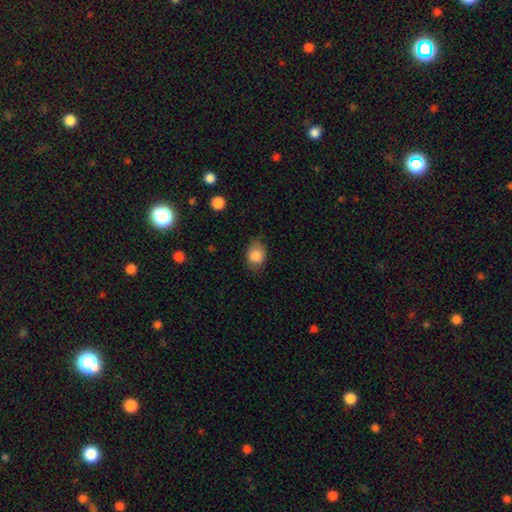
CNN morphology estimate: smooth 86%, star or artifact 8%, featured or disk 6%. Down the decision tree: how rounded — in between (57%); merging — none (70%).